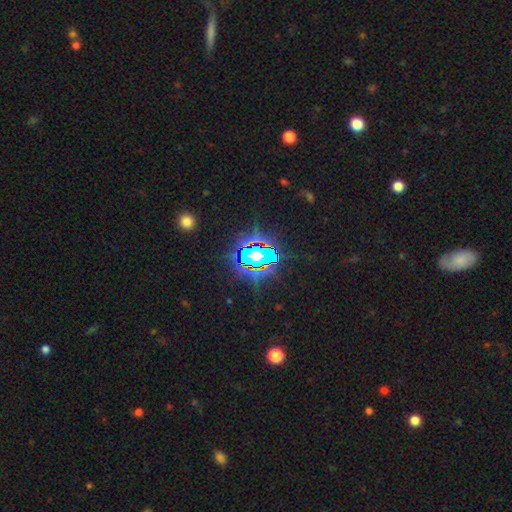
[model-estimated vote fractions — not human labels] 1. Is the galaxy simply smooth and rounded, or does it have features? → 75% star or artifact, 13% featured or disk, 13% smooth.